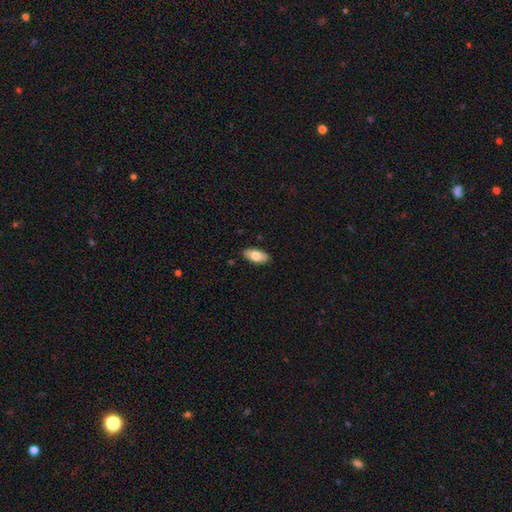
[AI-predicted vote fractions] Overall: smooth (80%). How rounded: in between (92%). Merging: none (88%).